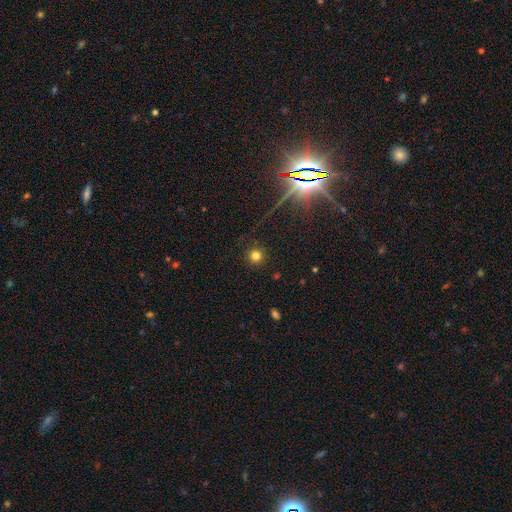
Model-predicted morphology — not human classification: type=smooth (76%); roundness=round (96%); merging=none (91%).